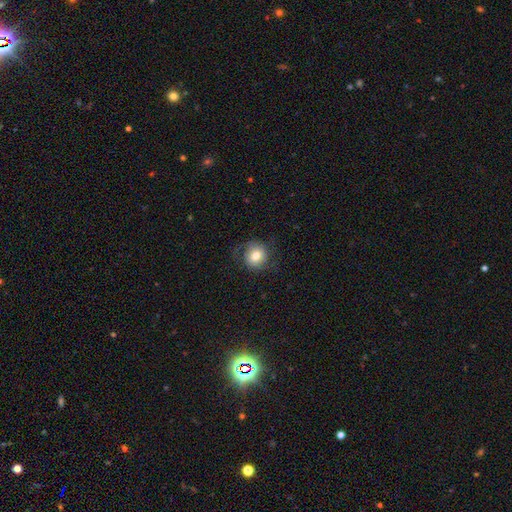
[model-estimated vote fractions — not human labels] Smooth or featured? Predicted: smooth (p=0.60). How rounded? Predicted: round (p=0.87). Merging? Predicted: none (p=0.71).